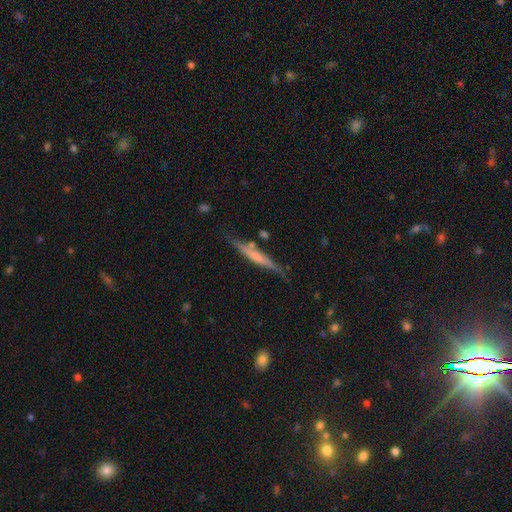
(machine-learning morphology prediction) The model was most divided on "smooth or featured": featured or disk: 55%, smooth: 39%, star or artifact: 6%. More confident: edge-on disk — yes (95%); merging — none (75%); edge-on bulge — none (55%).